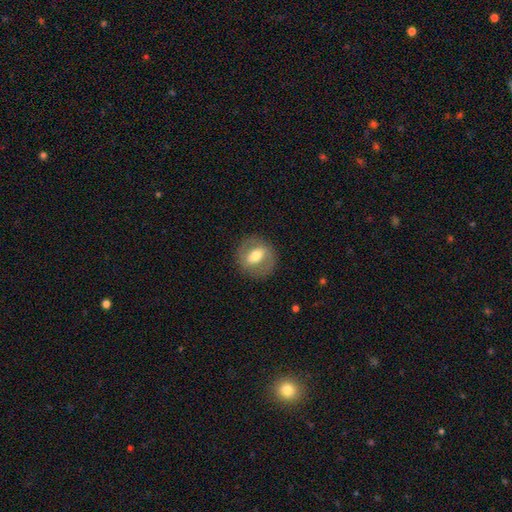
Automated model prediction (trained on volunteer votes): Morphology: type=featured or disk (51%); edge-on=no (89%); merging=none (84%).